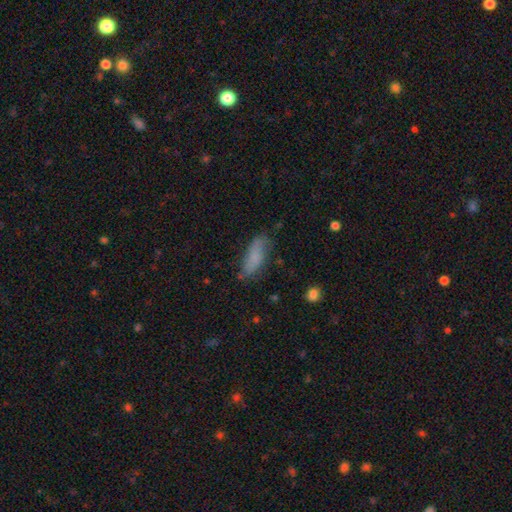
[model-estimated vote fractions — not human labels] Q: Smooth or featured?
A: smooth (74%); runner-up: featured or disk (18%)
Q: How rounded?
A: in between (64%); runner-up: cigar-shaped (33%)
Q: Merging?
A: none (67%); runner-up: minor disturbance (24%)